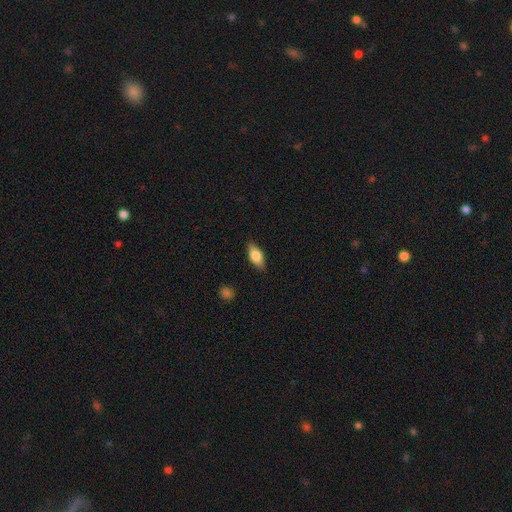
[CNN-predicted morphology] smooth 71%, featured or disk 23%, star or artifact 7%. Down the decision tree: how rounded — in between (83%); merging — none (86%).